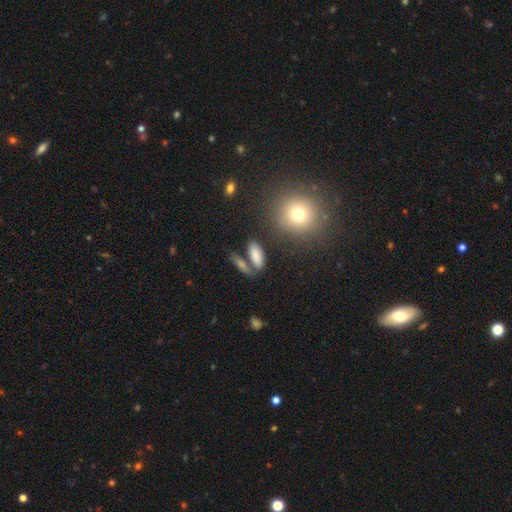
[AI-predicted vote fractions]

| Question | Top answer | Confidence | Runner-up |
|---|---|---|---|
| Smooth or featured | smooth | 82% | featured or disk (10%) |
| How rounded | in between | 68% | cigar-shaped (27%) |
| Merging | none | 63% | merger (20%) |